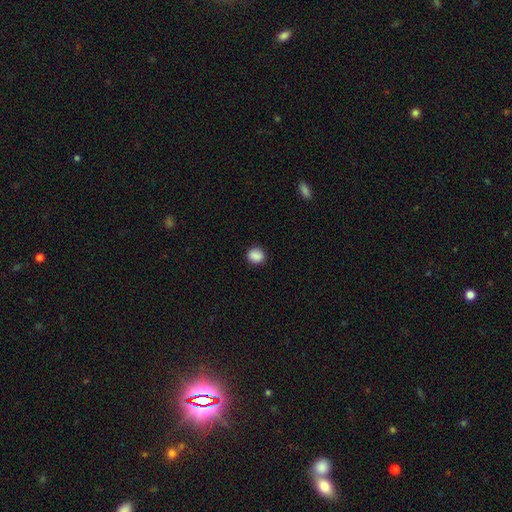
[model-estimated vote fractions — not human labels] Smooth or featured?
  - smooth: 88% *
  - star or artifact: 9%
  - featured or disk: 3%
How rounded?
  - round: 75% *
  - in between: 24%
  - cigar-shaped: 1%
Merging?
  - none: 88% *
  - minor disturbance: 8%
  - major disturbance: 2%
  - merger: 1%